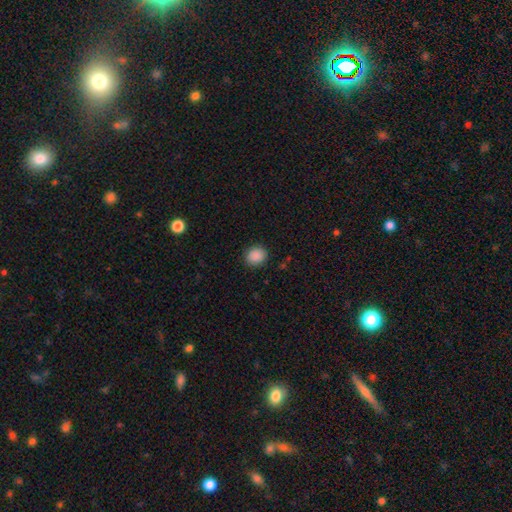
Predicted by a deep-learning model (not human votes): Smooth or featured: smooth — 89% (star or artifact — 9%)
How rounded: round — 73% (in between — 26%)
Merging: none — 89% (minor disturbance — 7%)